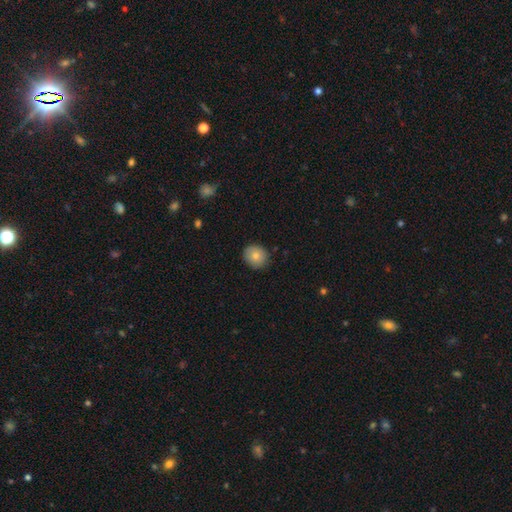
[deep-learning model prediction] This appears to be a smooth galaxy with no disk features (78%) that is round (76%). Merging: none (87%).